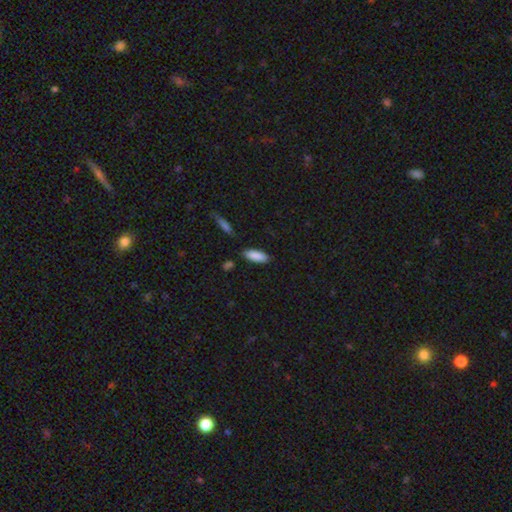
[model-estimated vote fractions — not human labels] Q: Smooth or featured?
A: smooth (88%); runner-up: star or artifact (6%)
Q: How rounded?
A: in between (74%); runner-up: cigar-shaped (24%)
Q: Merging?
A: none (81%); runner-up: minor disturbance (13%)